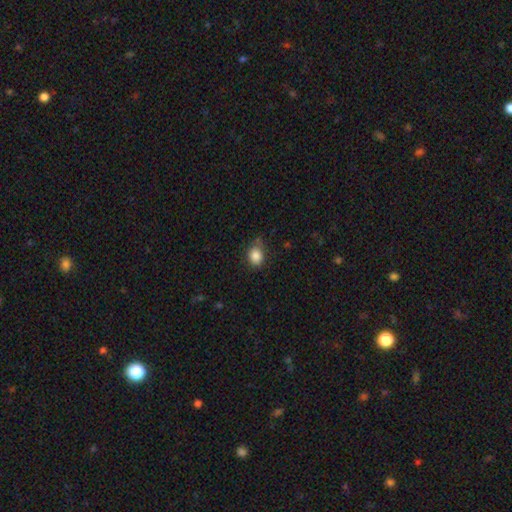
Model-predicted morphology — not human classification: Smooth or featured? Predicted: smooth (p=0.85). How rounded? Predicted: round (p=0.54). Merging? Predicted: none (p=0.66).